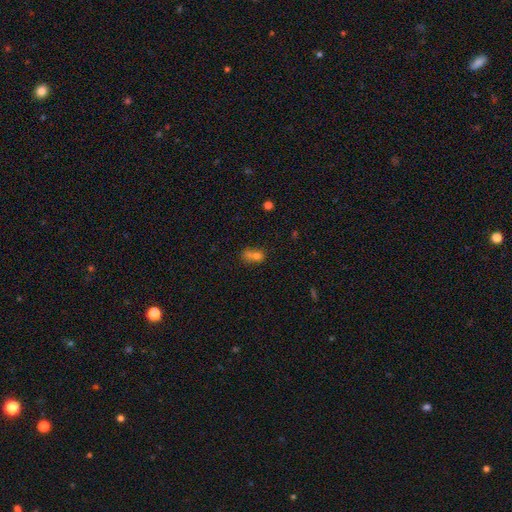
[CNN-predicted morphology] Smooth or featured?
  - smooth: 69% *
  - featured or disk: 16%
  - star or artifact: 15%
How rounded?
  - in between: 49% *
  - round: 48%
  - cigar-shaped: 3%
Merging?
  - merger: 55% *
  - none: 26%
  - minor disturbance: 11%
  - major disturbance: 8%